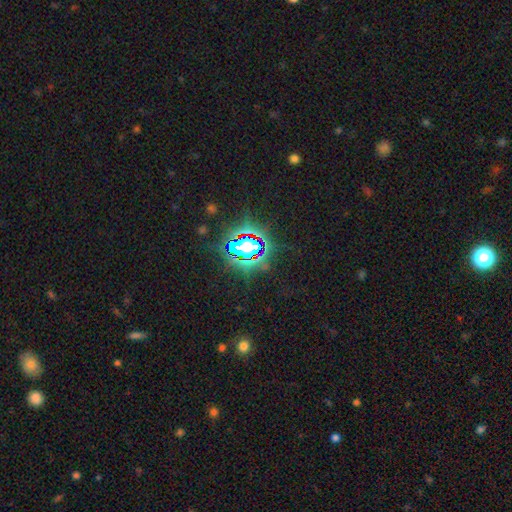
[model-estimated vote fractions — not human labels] A star or artifact, not a galaxy (81%).